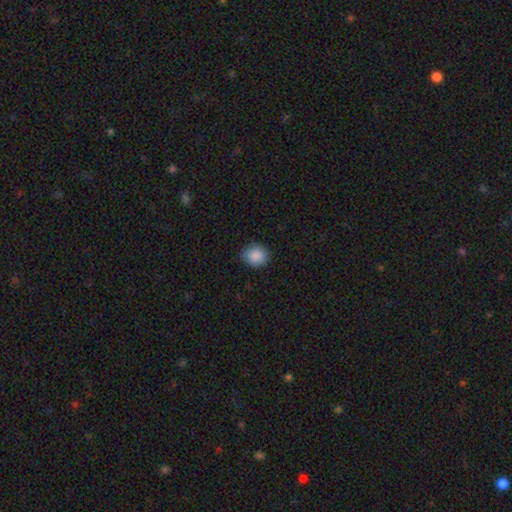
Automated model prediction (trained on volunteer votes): Smooth or featured? Predicted: smooth (p=0.88). How rounded? Predicted: round (p=0.77). Merging? Predicted: none (p=0.85).